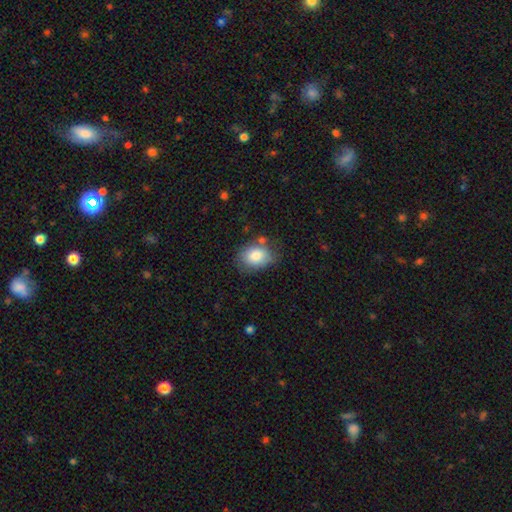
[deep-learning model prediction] A smooth galaxy with no disk features (83%) that is in between round and cigar-shaped (67%).

Vote fractions:
- Smooth or featured? smooth: 83% / featured or disk: 9% / star or artifact: 8%
- How rounded? in between: 67% / round: 32% / cigar-shaped: 1%
- Merging? none: 65% / minor disturbance: 23% / major disturbance: 6% / merger: 6%